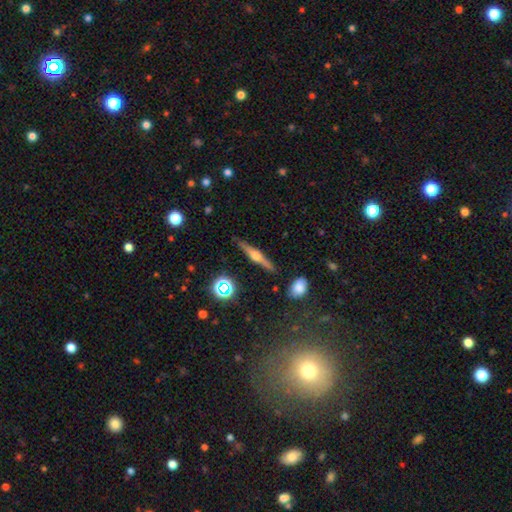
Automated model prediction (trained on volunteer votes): A featured or disk galaxy (68%) viewed edge-on (97%) with a rounded central bulge (91%).

Vote fractions:
- Smooth or featured? featured or disk: 68% / smooth: 23% / star or artifact: 9%
- Edge-on disk? yes: 97% / no: 3%
- Edge-on bulge? rounded: 91% / boxy: 5% / none: 4%
- Merging? none: 87% / minor disturbance: 9% / merger: 2% / major disturbance: 2%